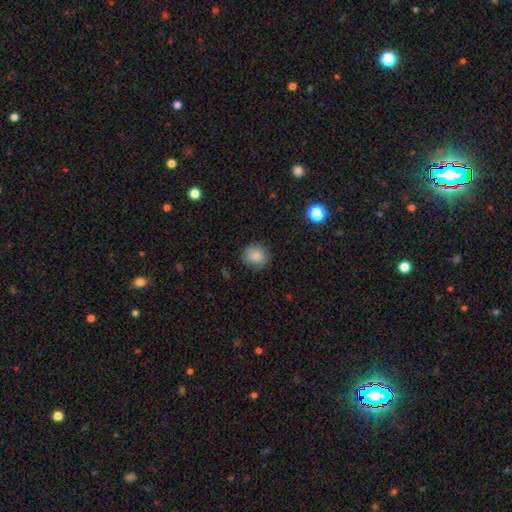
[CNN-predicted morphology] Smooth or featured?
  - smooth: 84% *
  - star or artifact: 9%
  - featured or disk: 7%
How rounded?
  - round: 88% *
  - in between: 11%
  - cigar-shaped: 1%
Merging?
  - none: 79% *
  - minor disturbance: 16%
  - major disturbance: 4%
  - merger: 1%